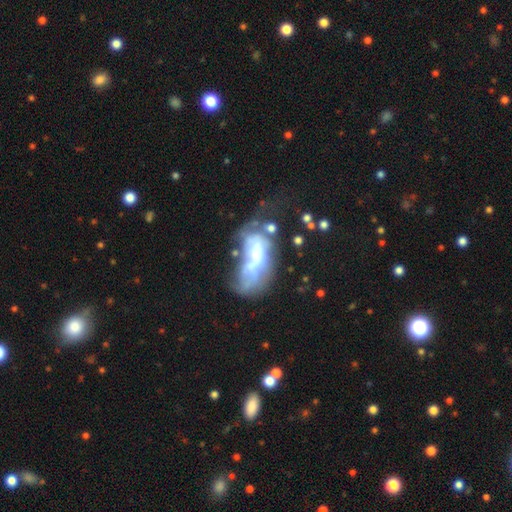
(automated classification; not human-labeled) smooth_or_featured: featured or disk (p=0.52) [alt: smooth p=0.36]
disk_edge_on: no (p=0.93) [alt: yes p=0.07]
merging: major disturbance (p=0.40) [alt: merger p=0.24]